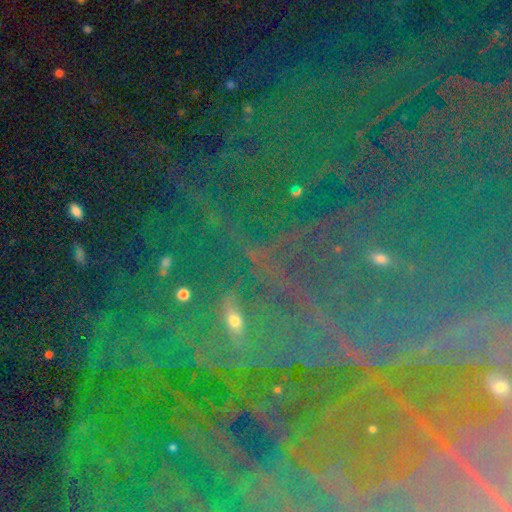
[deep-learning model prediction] Smooth or featured? star or artifact (84%)